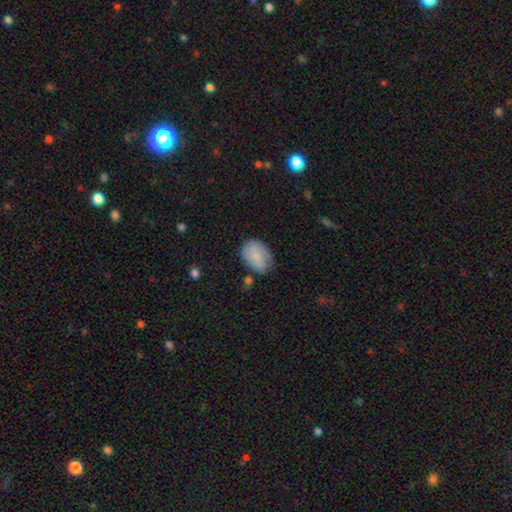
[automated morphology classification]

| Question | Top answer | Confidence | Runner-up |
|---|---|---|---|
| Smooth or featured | smooth | 76% | featured or disk (16%) |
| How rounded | in between | 79% | round (19%) |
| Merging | none | 63% | minor disturbance (26%) |